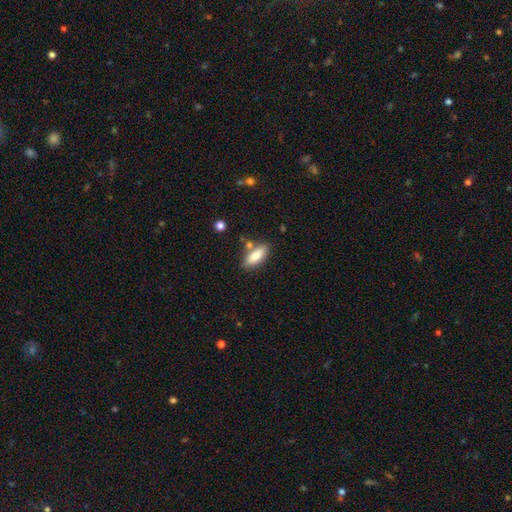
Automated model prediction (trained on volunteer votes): A smooth galaxy with no disk features (79%) that is in between round and cigar-shaped (71%).

Vote fractions:
- Smooth or featured? smooth: 79% / featured or disk: 15% / star or artifact: 7%
- How rounded? in between: 71% / cigar-shaped: 26% / round: 3%
- Merging? none: 75% / minor disturbance: 13% / merger: 8% / major disturbance: 3%